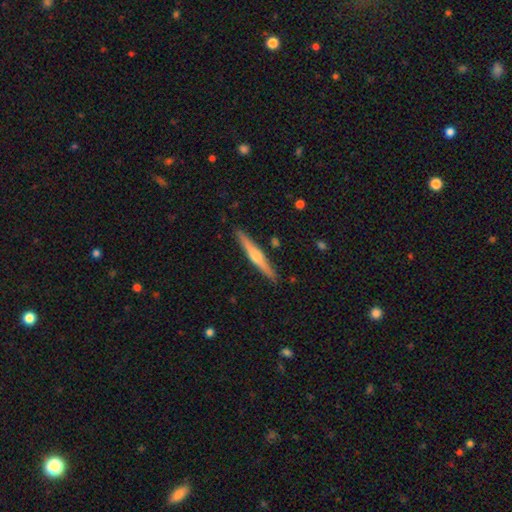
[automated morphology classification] Smooth or featured? Predicted: featured or disk (p=0.68). Edge-on disk? Predicted: yes (p=0.98). Edge-on bulge? Predicted: rounded (p=0.88). Merging? Predicted: none (p=0.90).